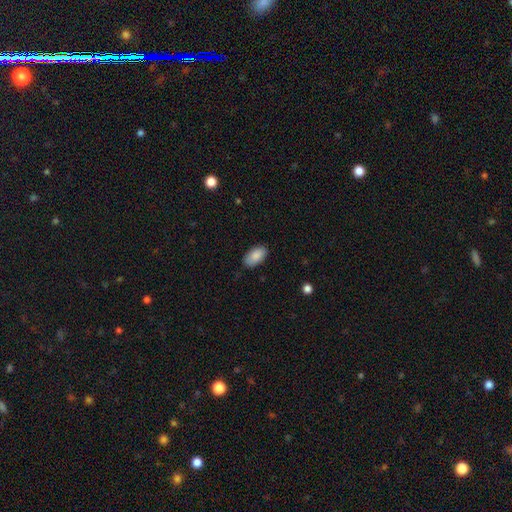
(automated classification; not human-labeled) smooth-or-featured: smooth: 89% | star or artifact: 6% | featured or disk: 5%
  how-rounded: in between: 95% | round: 3% | cigar-shaped: 2%
  merging: none: 85% | minor disturbance: 12% | major disturbance: 2% | merger: 1%